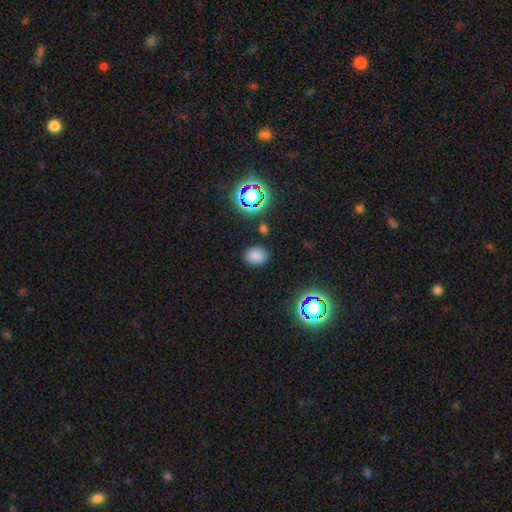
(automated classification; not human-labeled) smooth-or-featured: smooth: 76% | star or artifact: 18% | featured or disk: 6%
  how-rounded: in between: 55% | round: 44% | cigar-shaped: 1%
  merging: none: 83% | minor disturbance: 11% | major disturbance: 3% | merger: 2%